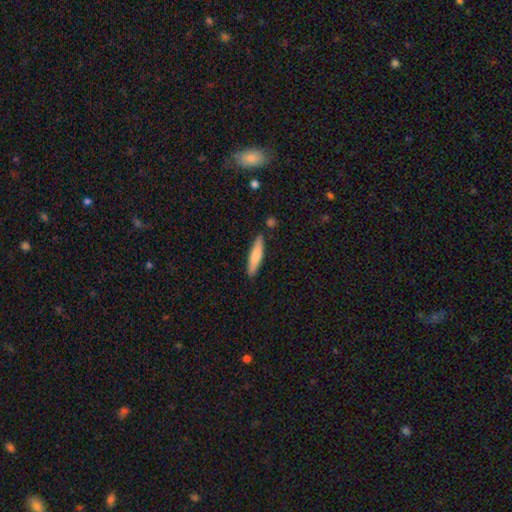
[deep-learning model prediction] Q: Smooth or featured?
A: smooth (72%); runner-up: featured or disk (22%)
Q: How rounded?
A: cigar-shaped (85%); runner-up: in between (13%)
Q: Merging?
A: none (86%); runner-up: minor disturbance (10%)